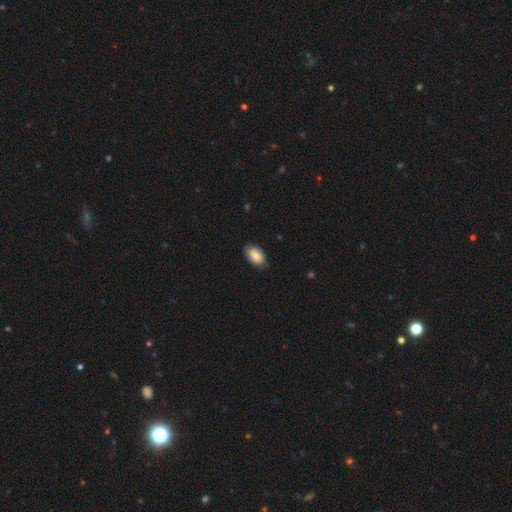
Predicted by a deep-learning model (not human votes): A smooth galaxy with no disk features (86%) that is in between round and cigar-shaped (93%).

Vote fractions:
- Smooth or featured? smooth: 86% / featured or disk: 7% / star or artifact: 7%
- How rounded? in between: 93% / round: 5% / cigar-shaped: 2%
- Merging? none: 84% / minor disturbance: 13% / major disturbance: 2% / merger: 1%